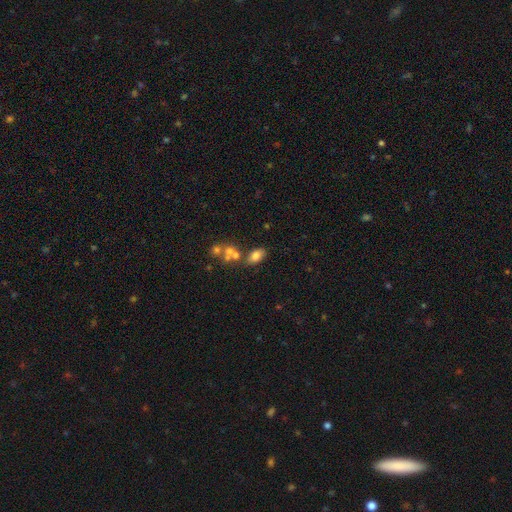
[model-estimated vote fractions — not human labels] This is likely a smooth galaxy (73%). How rounded: clearly in between (86%). Merging: possibly none (55%).